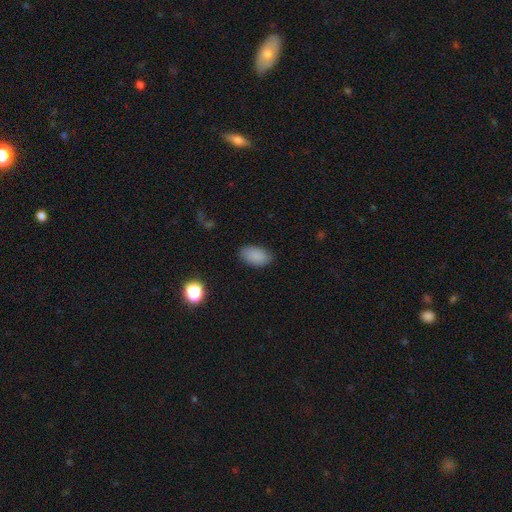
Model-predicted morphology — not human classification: Smooth or featured? smooth (87%)
How rounded? in between (92%)
Merging? none (83%)